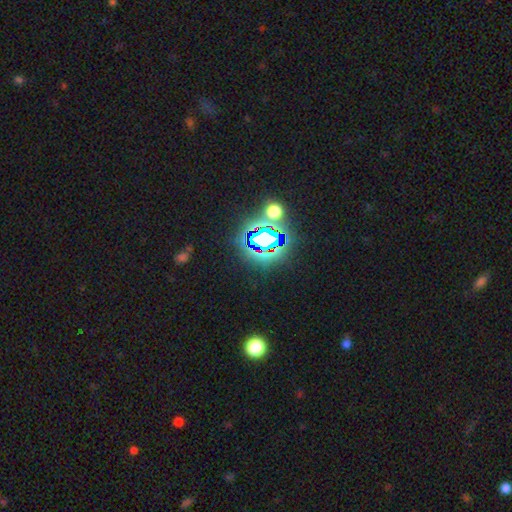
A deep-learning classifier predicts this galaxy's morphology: This appears to be a star or artifact, not a galaxy (82%).